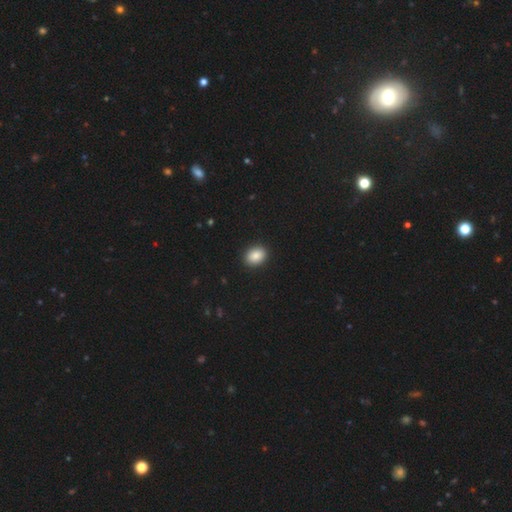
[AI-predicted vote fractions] smooth 88%, star or artifact 8%, featured or disk 4%. Down the decision tree: how rounded — in between (72%); merging — none (91%).